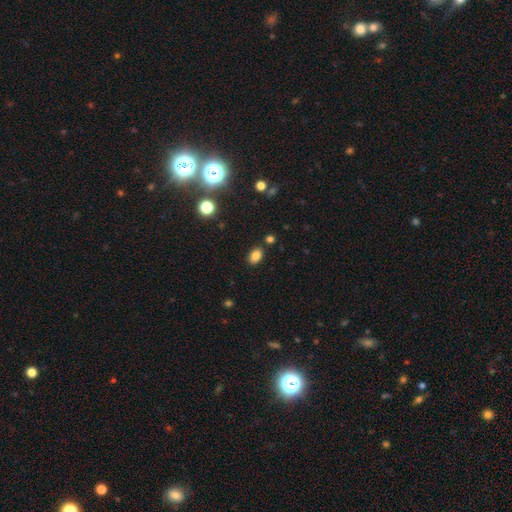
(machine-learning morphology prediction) Smooth or featured: smooth — 83% (star or artifact — 11%)
How rounded: in between — 84% (round — 15%)
Merging: none — 84% (minor disturbance — 10%)